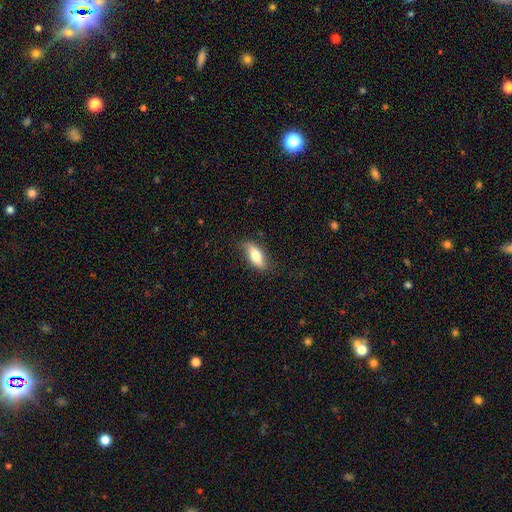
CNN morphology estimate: A smooth galaxy with no disk features (72%) that is in between round and cigar-shaped (74%).

Vote fractions:
- Smooth or featured? smooth: 72% / featured or disk: 22% / star or artifact: 6%
- How rounded? in between: 74% / cigar-shaped: 23% / round: 3%
- Merging? none: 73% / minor disturbance: 21% / major disturbance: 5% / merger: 1%